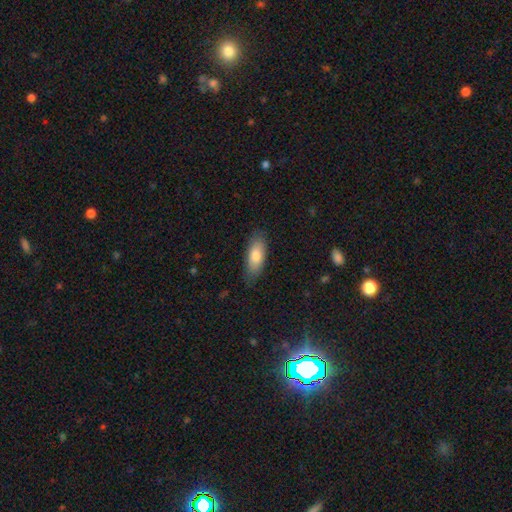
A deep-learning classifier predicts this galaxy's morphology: Smooth or featured?
  - smooth: 79% *
  - featured or disk: 15%
  - star or artifact: 6%
How rounded?
  - in between: 77% *
  - cigar-shaped: 20%
  - round: 2%
Merging?
  - none: 80% *
  - minor disturbance: 16%
  - major disturbance: 3%
  - merger: 1%